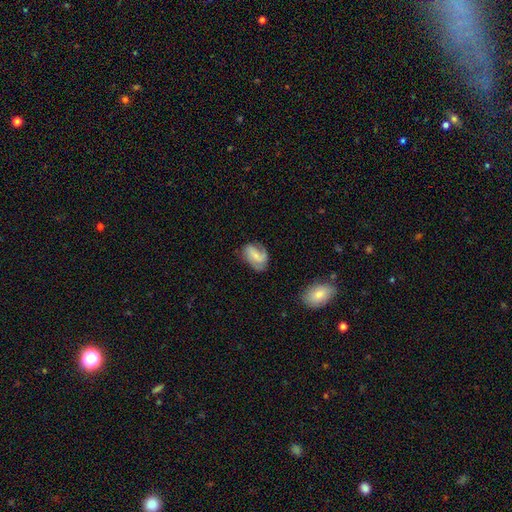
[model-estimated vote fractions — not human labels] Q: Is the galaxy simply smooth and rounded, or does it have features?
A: featured or disk — 53%.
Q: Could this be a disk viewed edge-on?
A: no — 96%.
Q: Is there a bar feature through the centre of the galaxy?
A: weak — 41%.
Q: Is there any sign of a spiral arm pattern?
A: yes — 85%.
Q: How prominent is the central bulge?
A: small — 57%.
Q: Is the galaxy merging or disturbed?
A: none — 58%.